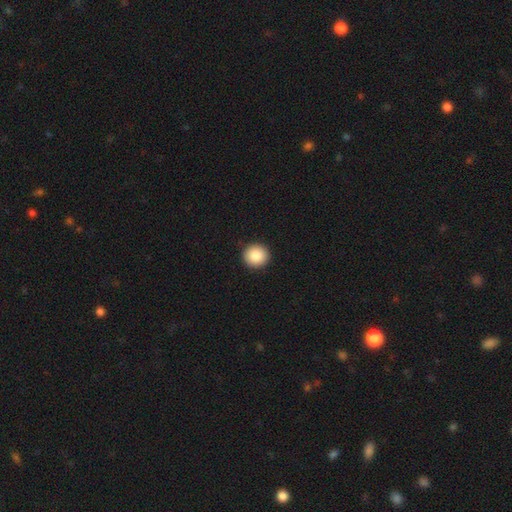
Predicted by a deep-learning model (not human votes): A smooth galaxy with no disk features (87%) that is round (93%).

Vote fractions:
- Smooth or featured? smooth: 87% / star or artifact: 8% / featured or disk: 5%
- How rounded? round: 93% / in between: 6% / cigar-shaped: 1%
- Merging? none: 93% / minor disturbance: 5% / major disturbance: 1% / merger: 1%